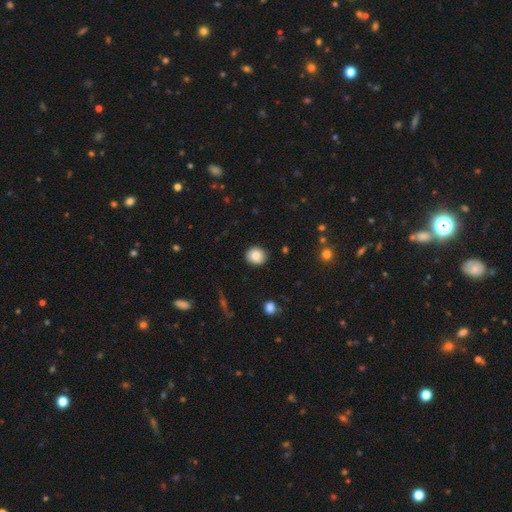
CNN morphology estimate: A smooth galaxy with no disk features (86%) that is round (86%).

Vote fractions:
- Smooth or featured? smooth: 86% / star or artifact: 9% / featured or disk: 6%
- How rounded? round: 86% / in between: 13% / cigar-shaped: 1%
- Merging? none: 89% / minor disturbance: 8% / major disturbance: 2% / merger: 1%